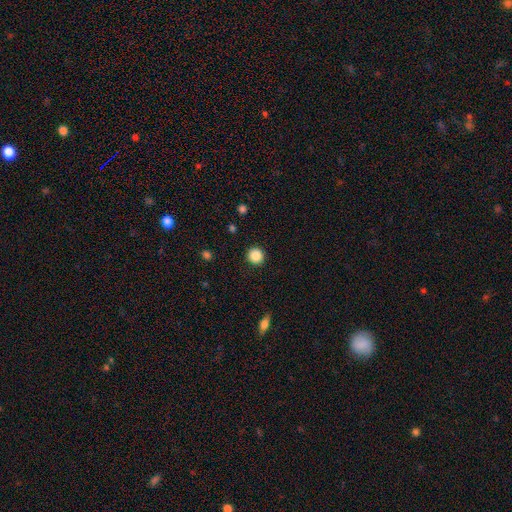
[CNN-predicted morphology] smooth-or-featured: smooth: 88% | star or artifact: 9% | featured or disk: 3%
  how-rounded: round: 94% | in between: 5% | cigar-shaped: 1%
  merging: none: 92% | minor disturbance: 5% | major disturbance: 2% | merger: 1%